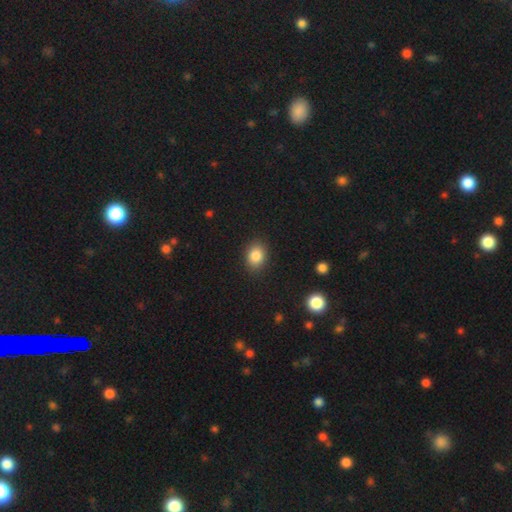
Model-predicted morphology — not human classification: Smooth or featured? smooth (85%)
How rounded? in between (60%)
Merging? none (88%)